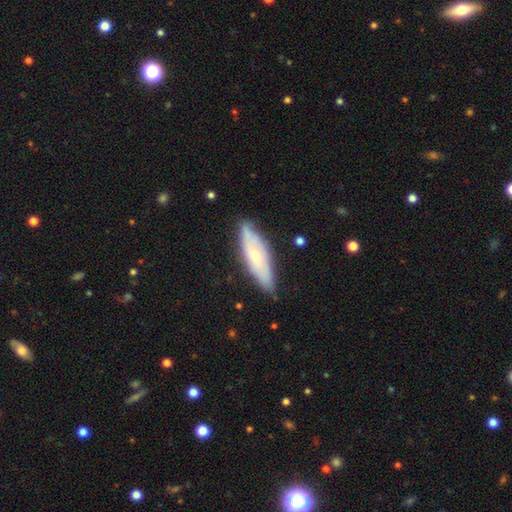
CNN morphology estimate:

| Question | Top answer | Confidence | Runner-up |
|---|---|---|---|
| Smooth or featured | featured or disk | 47% | smooth (46%) |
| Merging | none | 78% | minor disturbance (18%) |